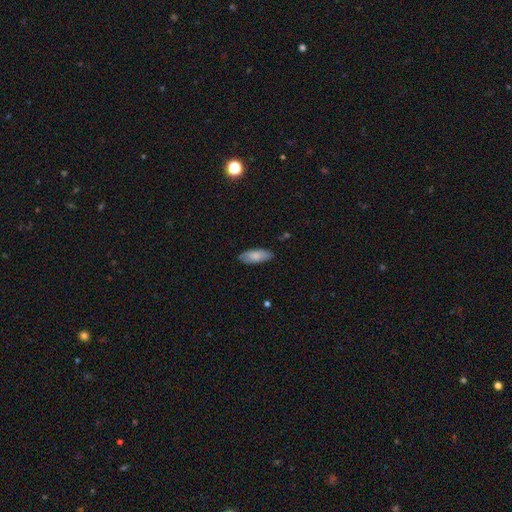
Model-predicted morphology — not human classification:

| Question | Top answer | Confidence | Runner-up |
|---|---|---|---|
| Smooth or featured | smooth | 79% | featured or disk (15%) |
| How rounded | in between | 77% | cigar-shaped (21%) |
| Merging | none | 82% | minor disturbance (14%) |